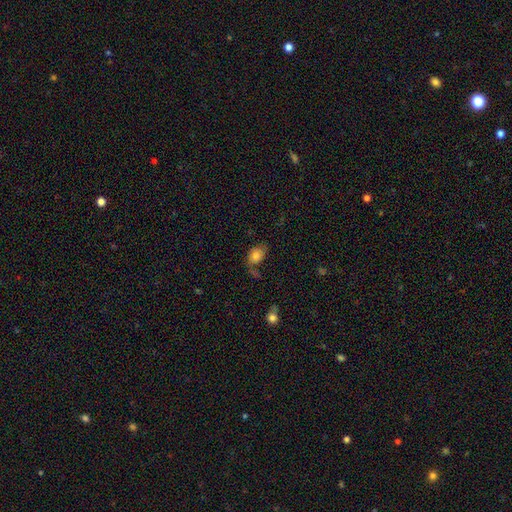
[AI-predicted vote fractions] smooth-or-featured: smooth: 76% | featured or disk: 15% | star or artifact: 9%
  how-rounded: in between: 77% | round: 22% | cigar-shaped: 1%
  merging: none: 50% | minor disturbance: 24% | major disturbance: 15% | merger: 12%